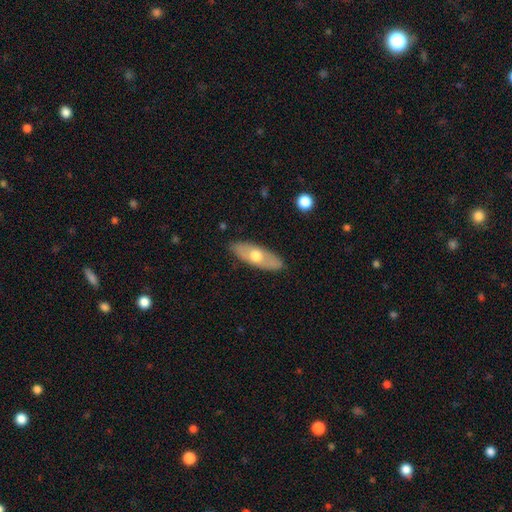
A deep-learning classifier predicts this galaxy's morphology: A smooth galaxy with no disk features (52%) that is in between round and cigar-shaped (71%). Merging: none (87%).